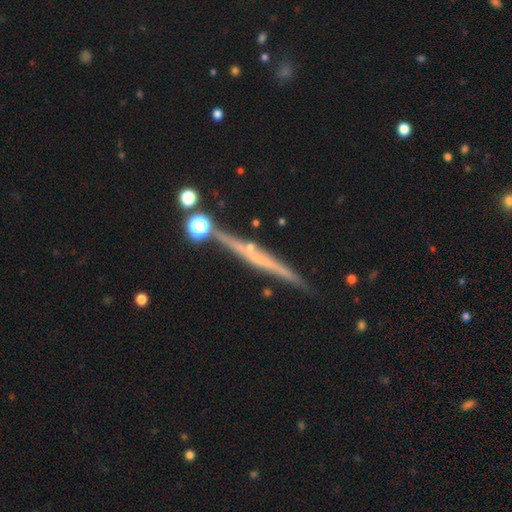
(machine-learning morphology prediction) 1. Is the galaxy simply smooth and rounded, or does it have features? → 66% featured or disk, 25% smooth, 9% star or artifact.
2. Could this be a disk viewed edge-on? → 96% yes, 4% no.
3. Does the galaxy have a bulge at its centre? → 75% none, 17% rounded, 8% boxy.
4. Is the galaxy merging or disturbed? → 82% none, 10% minor disturbance, 5% merger, 3% major disturbance.